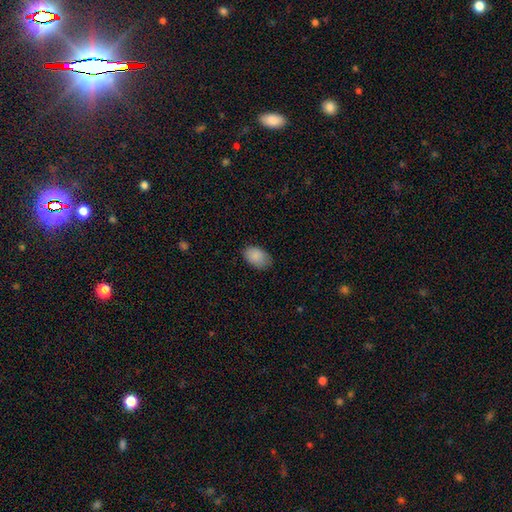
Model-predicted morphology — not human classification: This is clearly a smooth galaxy (88%). How rounded: clearly in between (89%). Merging: likely none (79%).